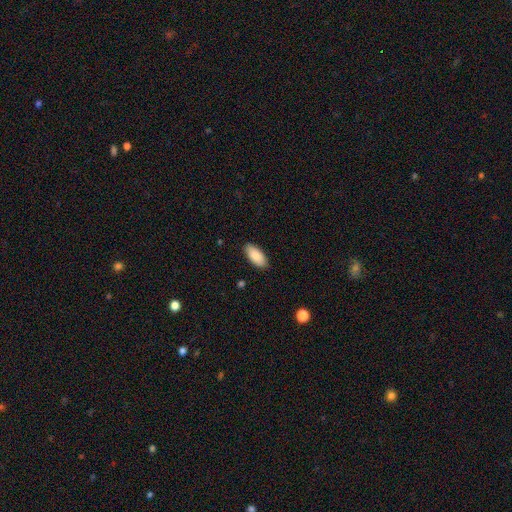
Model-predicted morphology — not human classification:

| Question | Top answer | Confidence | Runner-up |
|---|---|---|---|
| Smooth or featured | smooth | 88% | featured or disk (6%) |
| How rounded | in between | 90% | cigar-shaped (8%) |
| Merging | none | 88% | minor disturbance (9%) |